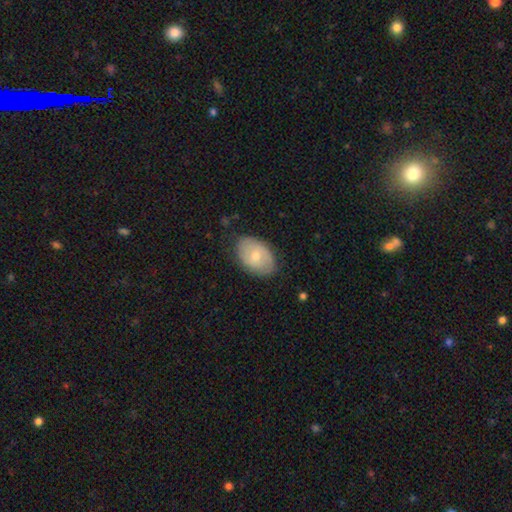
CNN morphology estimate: The model was most divided on "smooth or featured": smooth: 56%, featured or disk: 38%, star or artifact: 6%. More confident: how rounded — in between (87%); merging — none (78%).